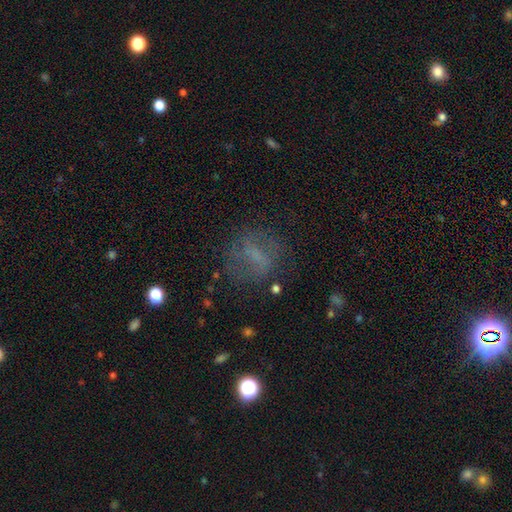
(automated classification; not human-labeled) A featured or disk galaxy (41%, tied with smooth).

Vote fractions:
- Smooth or featured? featured or disk: 41% (tied) / smooth: 41% (tied) / star or artifact: 18%
- Merging? none: 69% / minor disturbance: 16% / major disturbance: 13% / merger: 2%